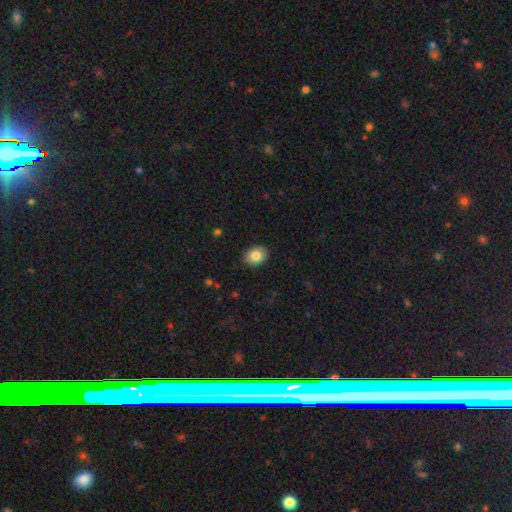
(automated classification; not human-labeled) smooth 83%, featured or disk 9%, star or artifact 8%. Down the decision tree: how rounded — in between (63%); merging — none (90%).